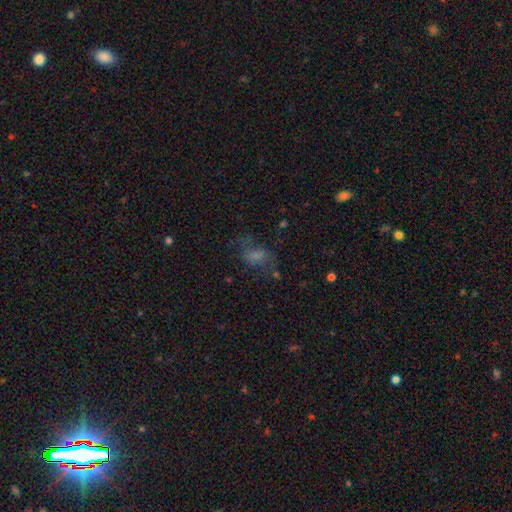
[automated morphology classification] smooth-or-featured: smooth: 53% | featured or disk: 29% | star or artifact: 18%
  how-rounded: in between: 82% | round: 14% | cigar-shaped: 4%
  merging: none: 46% | major disturbance: 28% | minor disturbance: 22% | merger: 4%